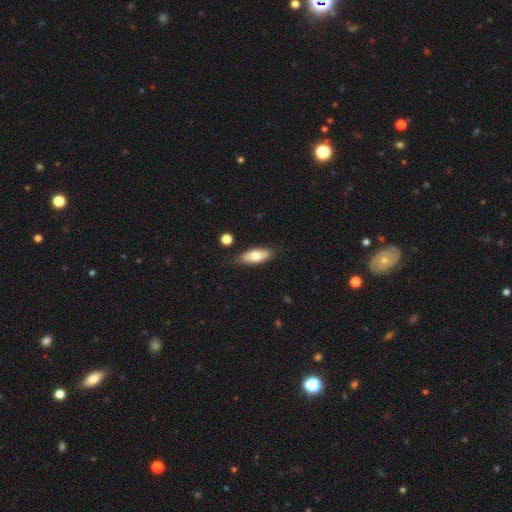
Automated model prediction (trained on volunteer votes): Morphology: type=smooth (71%); roundness=in between (79%); merging=none (78%).